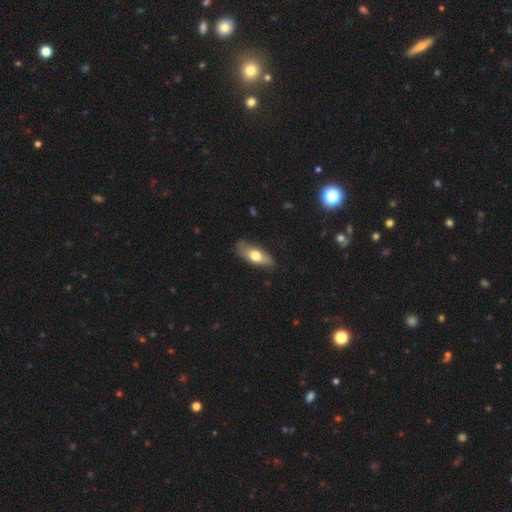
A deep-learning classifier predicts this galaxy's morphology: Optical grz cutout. It shows a smooth galaxy with no disk features (63%) that is in between round and cigar-shaped (71%). Merging: none (77%).